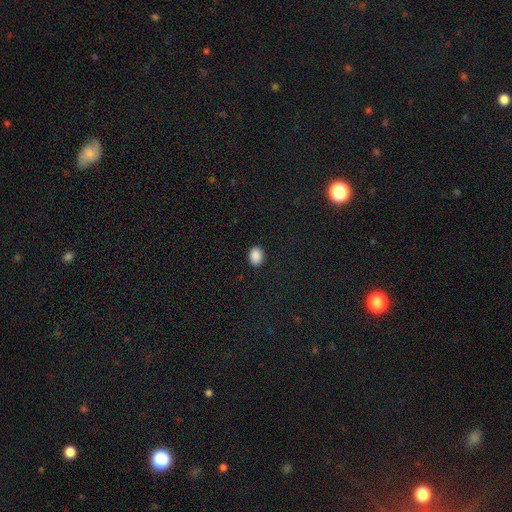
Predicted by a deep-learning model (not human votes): Q: Smooth or featured?
A: smooth (89%); runner-up: star or artifact (9%)
Q: How rounded?
A: in between (67%); runner-up: round (32%)
Q: Merging?
A: none (90%); runner-up: minor disturbance (7%)